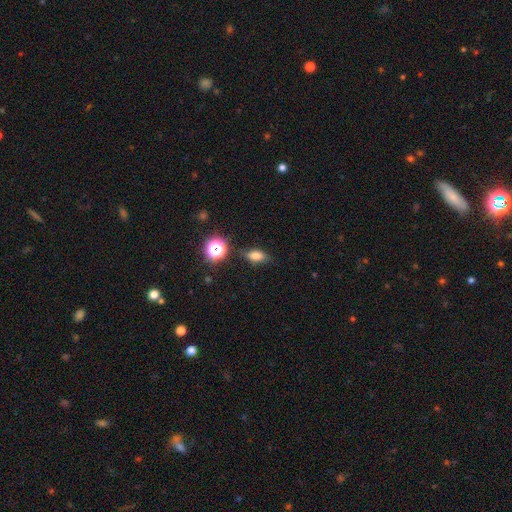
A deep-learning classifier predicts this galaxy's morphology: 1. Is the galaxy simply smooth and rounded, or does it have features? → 67% smooth, 17% featured or disk, 16% star or artifact.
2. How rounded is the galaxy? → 72% in between, 15% round, 13% cigar-shaped.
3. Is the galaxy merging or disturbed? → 79% none, 15% minor disturbance, 4% major disturbance, 2% merger.